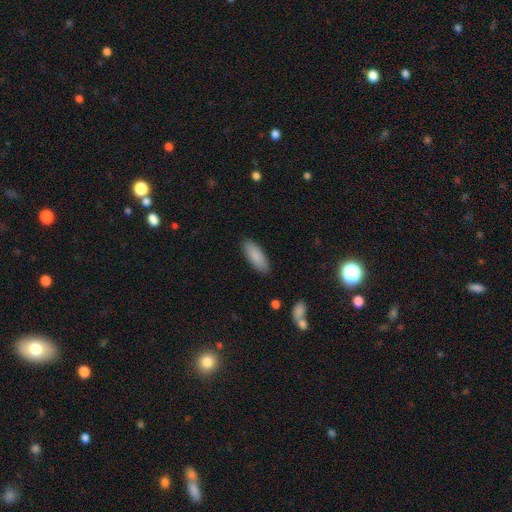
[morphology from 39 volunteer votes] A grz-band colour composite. It shows a smooth galaxy with no disk features (90%) that is in between round and cigar-shaped (57%). Merging: none (79%).